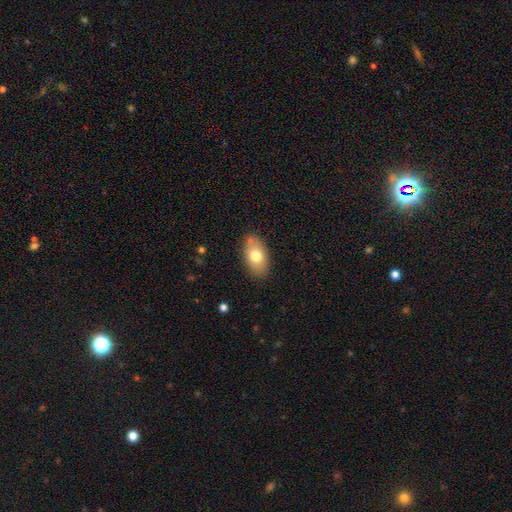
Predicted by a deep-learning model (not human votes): Morphology: type=smooth (71%); roundness=in between (91%); merging=none (83%).